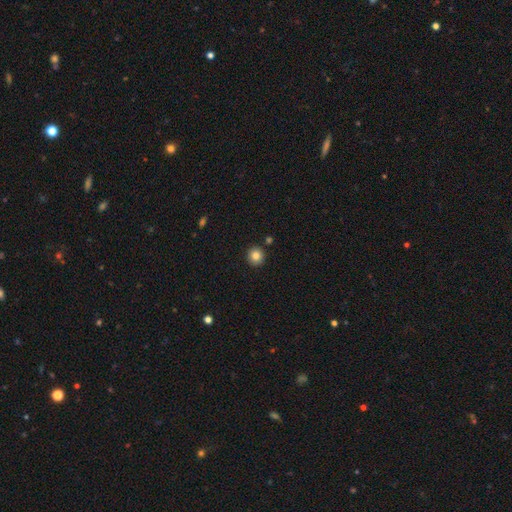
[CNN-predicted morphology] smooth 84%, star or artifact 10%, featured or disk 6%. Down the decision tree: how rounded — round (93%); merging — none (91%).